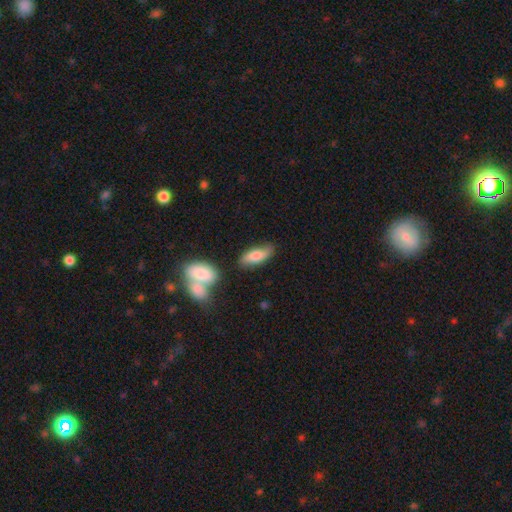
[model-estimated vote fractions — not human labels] Smooth or featured? smooth (74%)
How rounded? in between (71%)
Merging? none (68%)